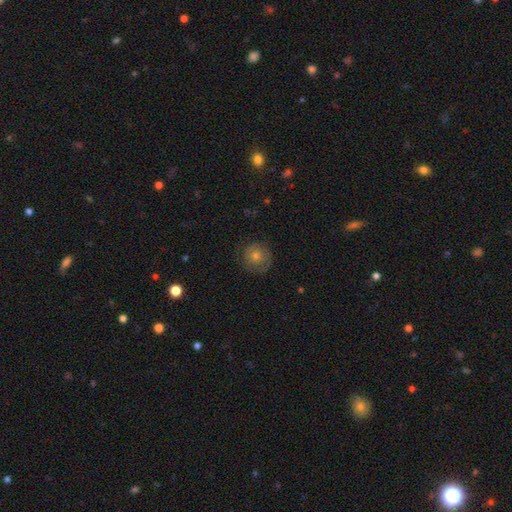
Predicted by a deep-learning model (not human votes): Smooth or featured? smooth (50%)
How rounded? round (92%)
Merging? none (83%)